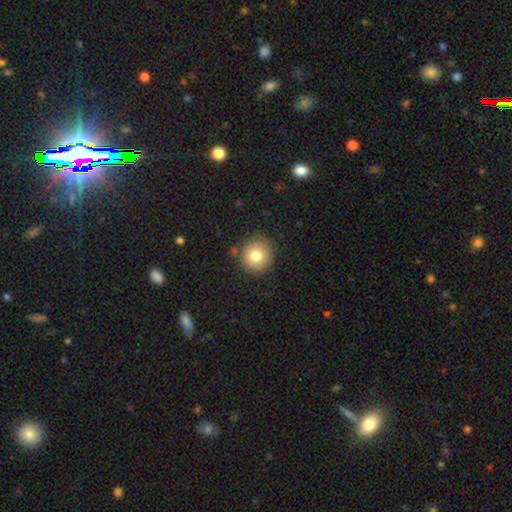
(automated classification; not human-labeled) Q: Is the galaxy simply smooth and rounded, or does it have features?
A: smooth — 78%.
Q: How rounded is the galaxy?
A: round — 92%.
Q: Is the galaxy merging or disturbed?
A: none — 86%.